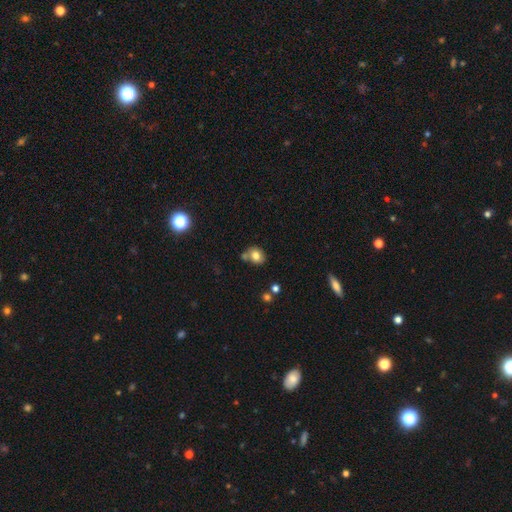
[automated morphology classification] This appears to be a smooth galaxy with no disk features (78%) that is round (58%). Merging: none (58%).